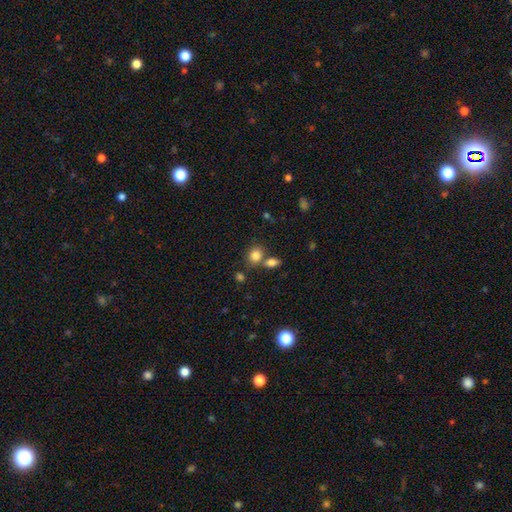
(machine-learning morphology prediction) Smooth or featured? smooth (83%)
How rounded? round (60%)
Merging? none (58%)